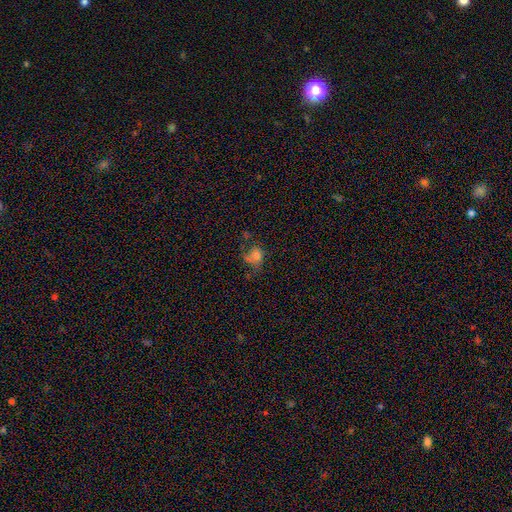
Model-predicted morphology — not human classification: A smooth galaxy with no disk features (63%) that is round (53%).

Vote fractions:
- Smooth or featured? smooth: 63% / featured or disk: 19% / star or artifact: 18%
- How rounded? round: 53% / in between: 46% / cigar-shaped: 1%
- Merging? none: 37% / major disturbance: 30% / minor disturbance: 24% / merger: 8%